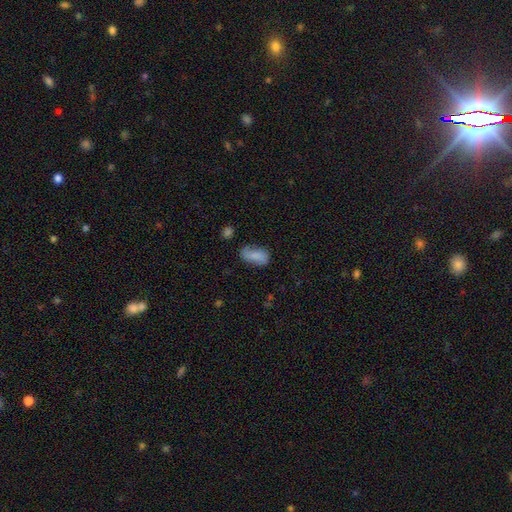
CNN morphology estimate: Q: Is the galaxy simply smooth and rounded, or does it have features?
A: smooth — 71%.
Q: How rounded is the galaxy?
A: in between — 90%.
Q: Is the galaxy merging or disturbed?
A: none — 60%.